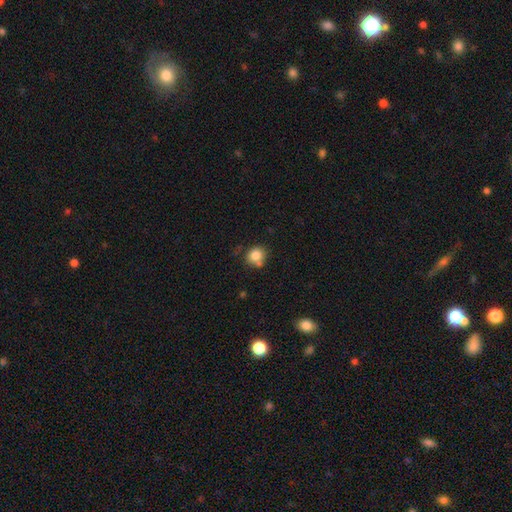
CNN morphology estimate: Smooth or featured? Predicted: smooth (p=0.81). How rounded? Predicted: round (p=0.81). Merging? Predicted: none (p=0.64).